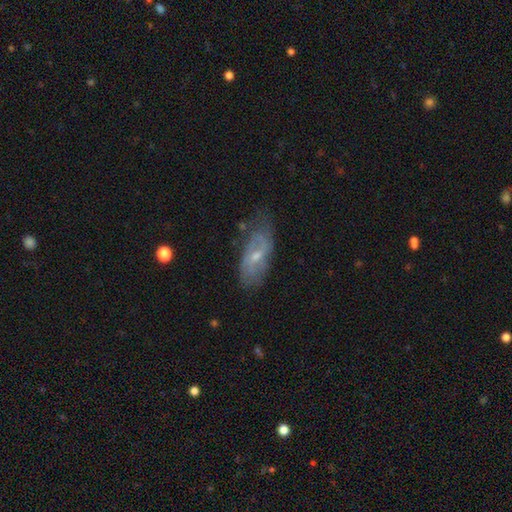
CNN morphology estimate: Smooth or featured? featured or disk (63%)
Edge-on disk? no (88%)
Bar? weak (52%)
Spiral arms? yes (73%)
Bulge size? small (53%)
Merging? none (61%)